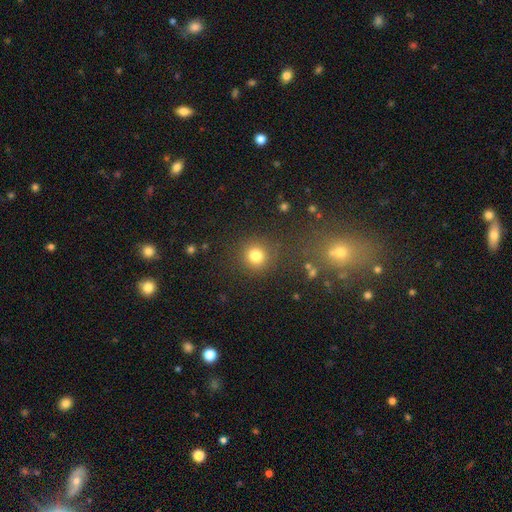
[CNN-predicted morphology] Smooth or featured: smooth — 80% (star or artifact — 14%)
How rounded: round — 92% (in between — 7%)
Merging: none — 84% (minor disturbance — 8%)